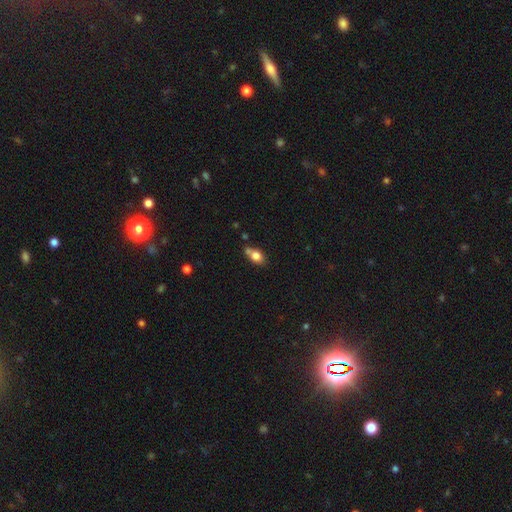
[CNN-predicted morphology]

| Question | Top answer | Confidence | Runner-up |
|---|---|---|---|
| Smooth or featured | smooth | 78% | featured or disk (13%) |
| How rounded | in between | 74% | round (21%) |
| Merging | none | 51% | minor disturbance (22%) |